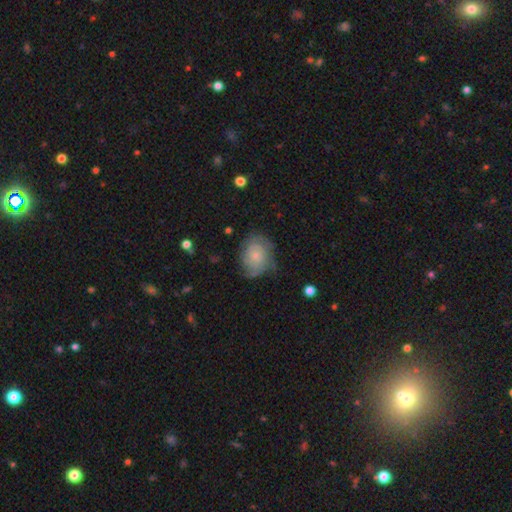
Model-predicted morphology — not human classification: Smooth or featured?
  - featured or disk: 61% *
  - smooth: 32%
  - star or artifact: 8%
Edge-on disk?
  - no: 97% *
  - yes: 3%
Bar?
  - no: 82% *
  - weak: 16%
  - strong: 2%
Spiral arms?
  - yes: 87% *
  - no: 13%
Spiral winding?
  - tight: 58% *
  - medium: 30%
  - loose: 12%
Spiral arm count?
  - can't tell: 41% *
  - 2: 27%
  - 3: 15%
  - 4: 7%
  - 1: 6%
  - more than 4: 5%
Bulge size?
  - small: 73% *
  - moderate: 18%
  - none: 6%
  - large: 2%
  - dominant: 1%
Merging?
  - none: 64% *
  - minor disturbance: 23%
  - major disturbance: 11%
  - merger: 1%